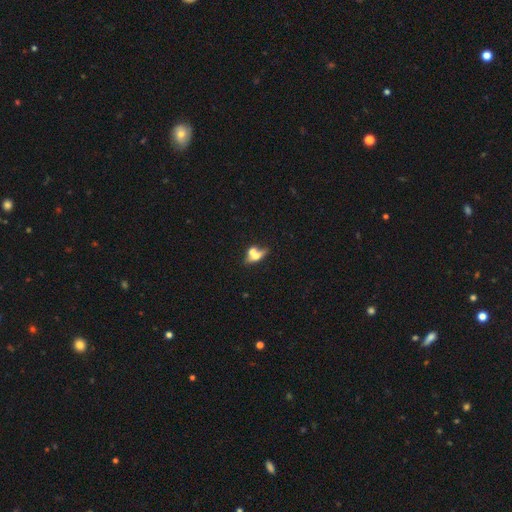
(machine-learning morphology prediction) Q: Smooth or featured?
A: smooth (50%); runner-up: featured or disk (40%)
Q: How rounded?
A: in between (55%); runner-up: cigar-shaped (29%)
Q: Merging?
A: merger (49%); runner-up: none (36%)